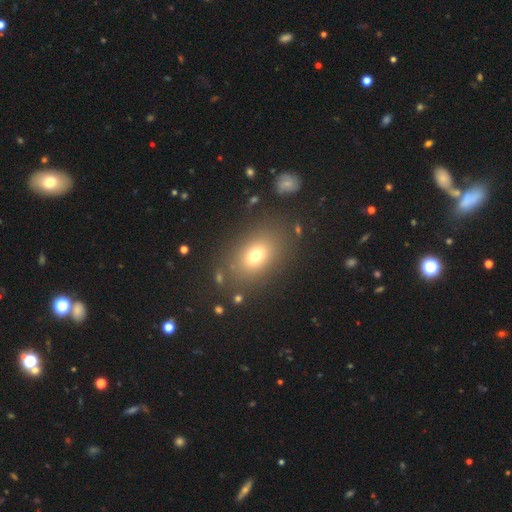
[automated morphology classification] Smooth or featured?
  - smooth: 72% *
  - star or artifact: 15%
  - featured or disk: 14%
How rounded?
  - in between: 70% *
  - round: 29%
  - cigar-shaped: 2%
Merging?
  - none: 82% *
  - minor disturbance: 10%
  - major disturbance: 5%
  - merger: 3%